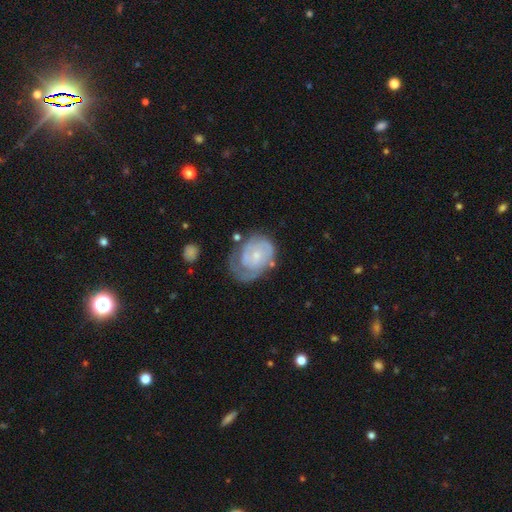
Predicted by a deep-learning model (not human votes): Smooth or featured? featured or disk (78%)
Edge-on disk? no (98%)
Bar? no (74%)
Spiral arms? yes (90%)
Spiral winding? tight (64%)
Spiral arm count? 2 (35%)
Bulge size? small (72%)
Merging? none (48%)